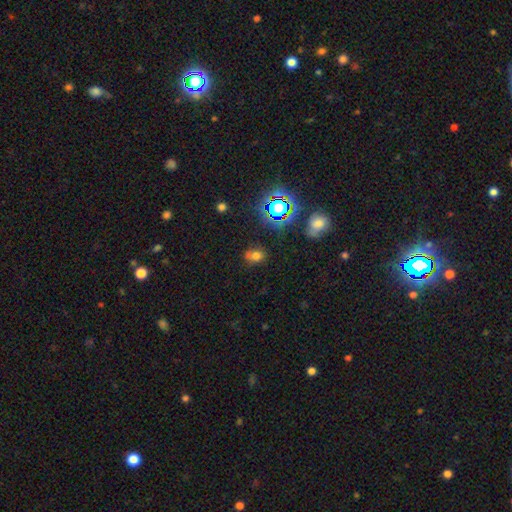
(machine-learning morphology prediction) The model was most divided on "how rounded": in between: 51%, round: 47%, cigar-shaped: 1%. More confident: smooth or featured — smooth (65%); merging — none (63%).